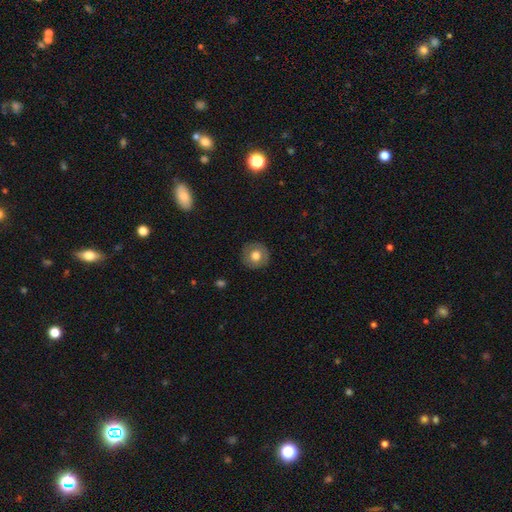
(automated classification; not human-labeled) smooth-or-featured: smooth: 71% | featured or disk: 21% | star or artifact: 8%
  how-rounded: round: 94% | in between: 5% | cigar-shaped: 1%
  merging: none: 89% | minor disturbance: 8% | major disturbance: 2% | merger: 1%